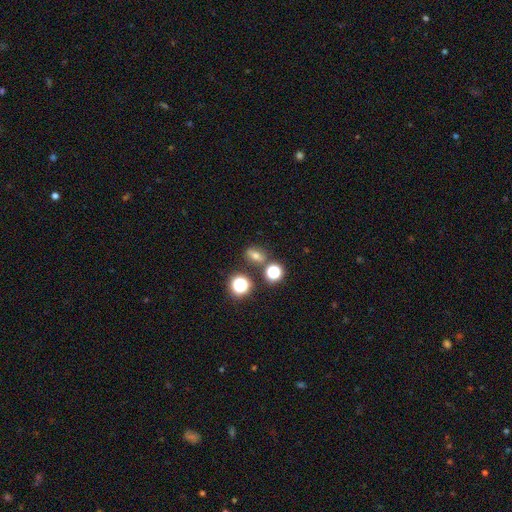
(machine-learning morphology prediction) The model was most divided on "how rounded": in between: 59%, round: 36%, cigar-shaped: 4%. More confident: merging — none (75%); smooth or featured — smooth (59%).